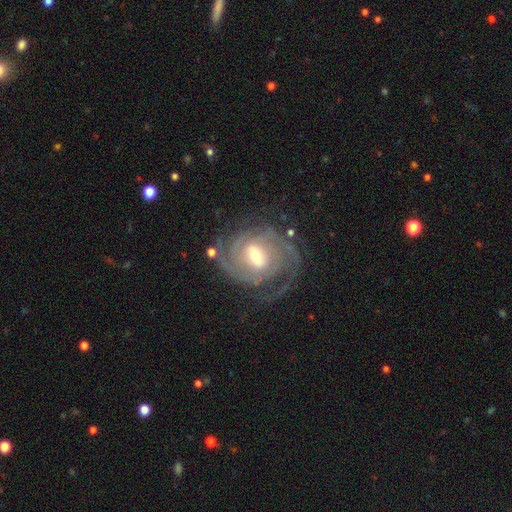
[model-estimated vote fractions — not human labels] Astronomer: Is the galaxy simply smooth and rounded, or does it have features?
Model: featured or disk — 91%.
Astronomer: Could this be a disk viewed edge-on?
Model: no — 98%.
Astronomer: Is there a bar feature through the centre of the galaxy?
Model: weak — 54%.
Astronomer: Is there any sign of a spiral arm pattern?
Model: yes — 98%.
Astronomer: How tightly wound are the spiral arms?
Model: tight — 60%.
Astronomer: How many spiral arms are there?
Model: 2 — 44% (runner-up: 3, 23%).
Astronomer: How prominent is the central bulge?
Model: moderate — 58%.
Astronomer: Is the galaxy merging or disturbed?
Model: none — 71%.